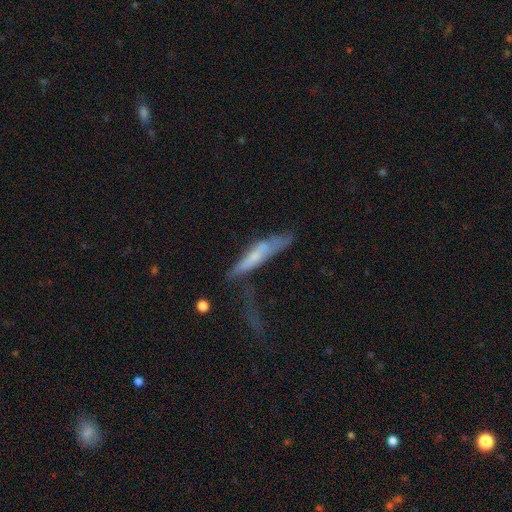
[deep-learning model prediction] This appears to be a smooth galaxy with no disk features (50%). Merging: none (32%, tied with major disturbance).